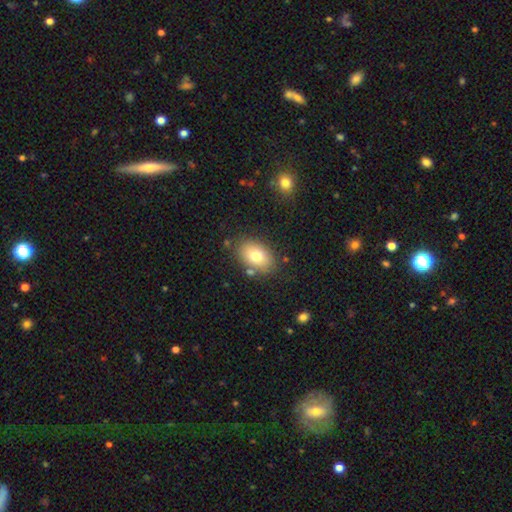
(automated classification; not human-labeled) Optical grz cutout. It shows a smooth galaxy with no disk features (76%) that is in between round and cigar-shaped (85%). Merging: none (79%).